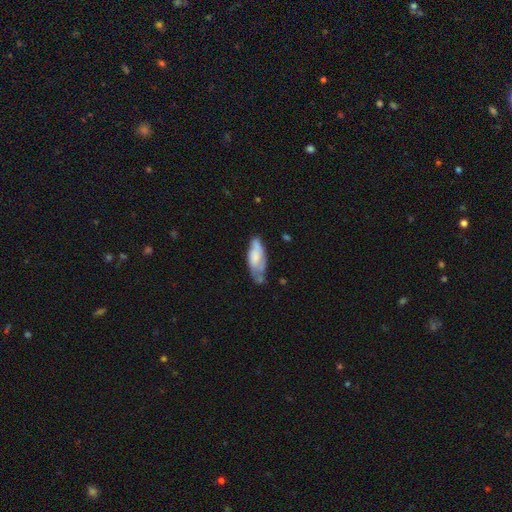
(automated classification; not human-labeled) Q: Smooth or featured?
A: smooth (54%); runner-up: featured or disk (39%)
Q: How rounded?
A: in between (73%); runner-up: cigar-shaped (25%)
Q: Merging?
A: none (43%); runner-up: minor disturbance (35%)